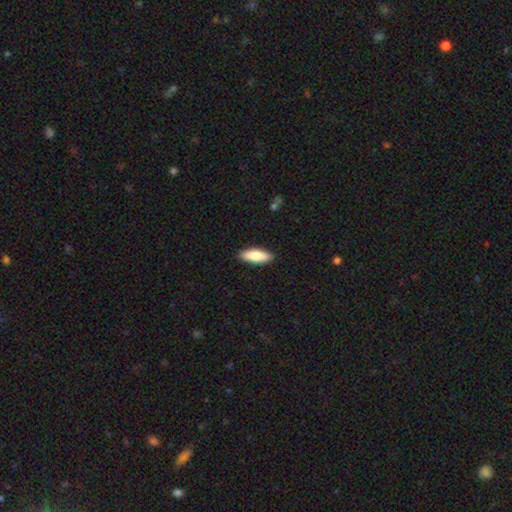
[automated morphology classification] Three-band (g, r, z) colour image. It shows a smooth galaxy with no disk features (84%) that is in between round and cigar-shaped (65%). Merging: none (89%).